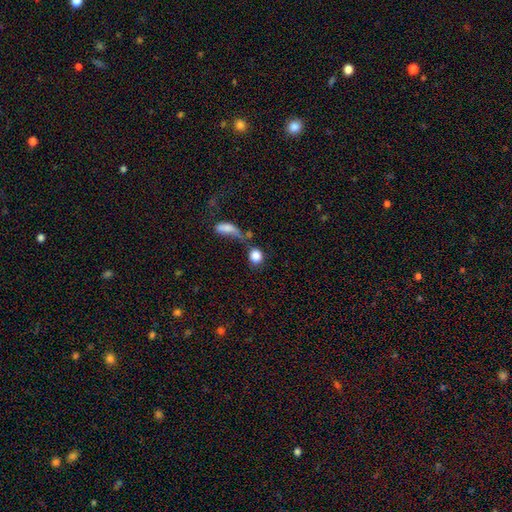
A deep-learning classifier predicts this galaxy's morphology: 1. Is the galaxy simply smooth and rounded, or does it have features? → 84% smooth, 9% star or artifact, 7% featured or disk.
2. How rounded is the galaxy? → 72% round, 26% in between, 3% cigar-shaped.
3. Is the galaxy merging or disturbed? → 50% none, 27% merger, 12% minor disturbance, 10% major disturbance.